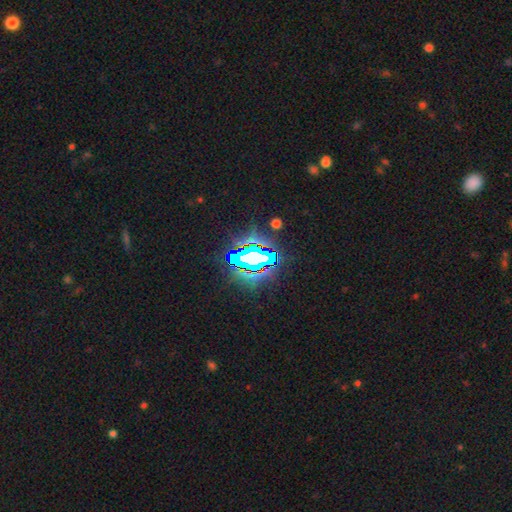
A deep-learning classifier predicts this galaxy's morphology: This is likely a star or artifact rather than a galaxy (69%).